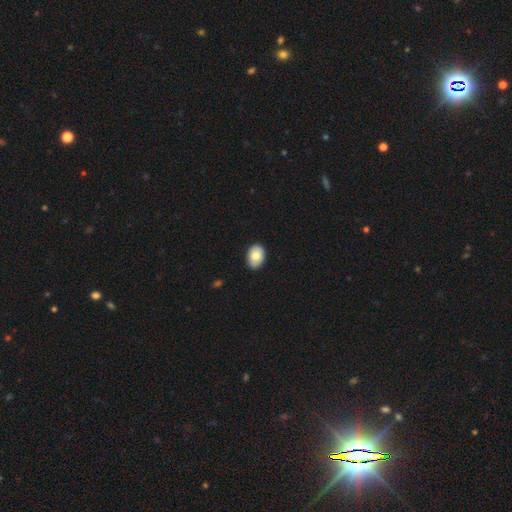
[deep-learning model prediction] smooth_or_featured: smooth (p=0.74) [alt: featured or disk p=0.19]
how_rounded: in between (p=0.81) [alt: round p=0.18]
merging: none (p=0.89) [alt: minor disturbance p=0.09]